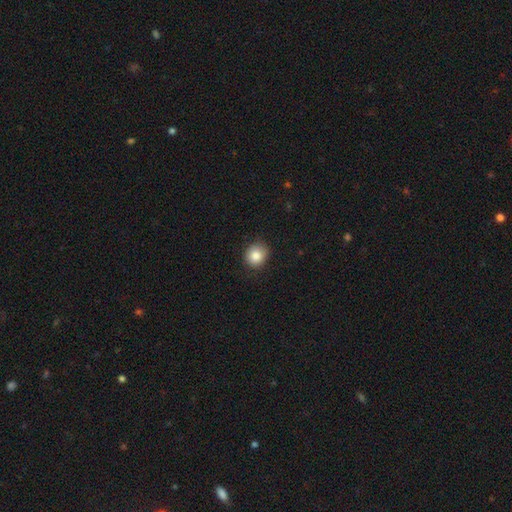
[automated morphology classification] Smooth or featured: smooth — 85% (star or artifact — 9%)
How rounded: round — 80% (in between — 19%)
Merging: none — 83% (minor disturbance — 13%)